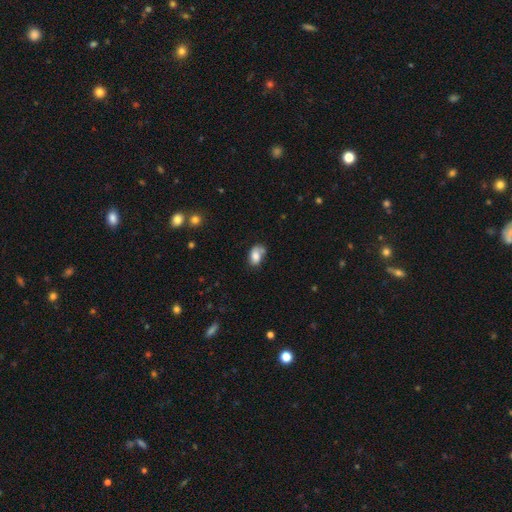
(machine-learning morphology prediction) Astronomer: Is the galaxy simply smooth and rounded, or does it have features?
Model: smooth — 75%.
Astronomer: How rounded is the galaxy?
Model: in between — 87%.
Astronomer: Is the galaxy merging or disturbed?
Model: none — 42% (runner-up: minor disturbance, 28%).